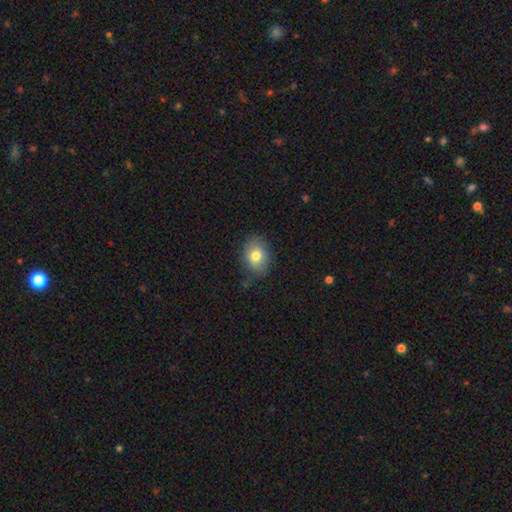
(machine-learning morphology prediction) This appears to be a smooth galaxy with no disk features (78%) that is in between round and cigar-shaped (67%). Merging: none (80%).